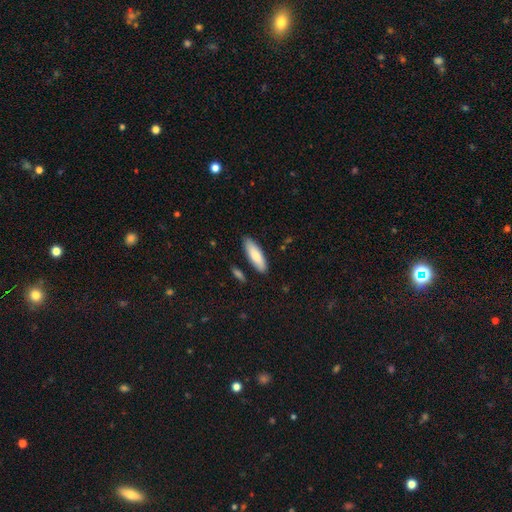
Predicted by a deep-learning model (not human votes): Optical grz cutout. It shows a smooth galaxy with no disk features (80%) that is in between round and cigar-shaped (55%). Merging: none (83%).